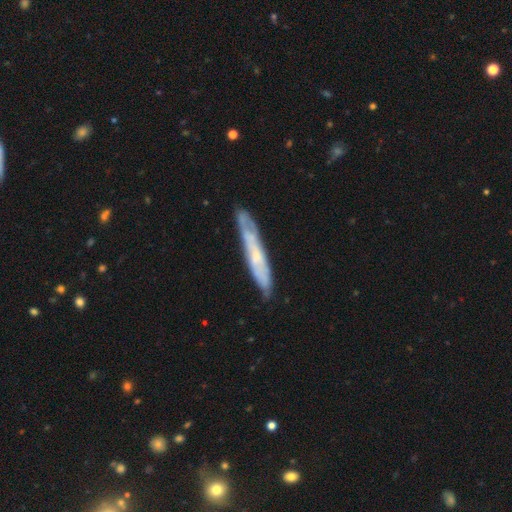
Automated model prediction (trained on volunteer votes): Q: Smooth or featured?
A: featured or disk (59%); runner-up: smooth (35%)
Q: Edge-on disk?
A: yes (64%); runner-up: no (36%)
Q: Merging?
A: none (76%); runner-up: minor disturbance (18%)